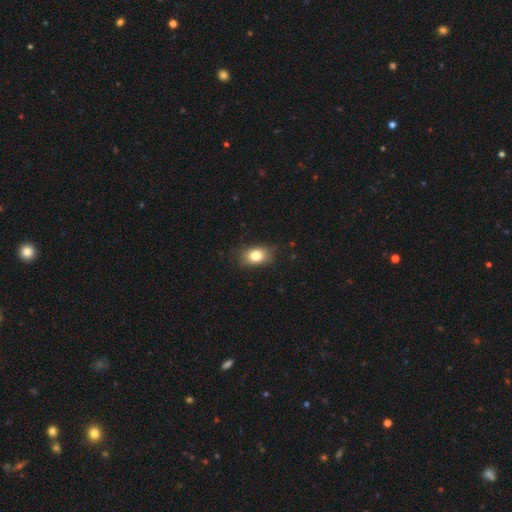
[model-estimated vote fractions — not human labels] This appears to be a smooth galaxy with no disk features (81%) that is in between round and cigar-shaped (74%). Merging: none (78%).